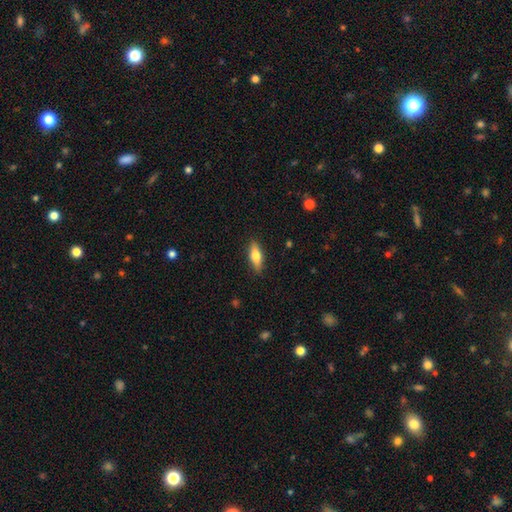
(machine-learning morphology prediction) Q: Smooth or featured?
A: smooth (65%); runner-up: featured or disk (29%)
Q: How rounded?
A: in between (61%); runner-up: cigar-shaped (37%)
Q: Merging?
A: none (88%); runner-up: minor disturbance (9%)